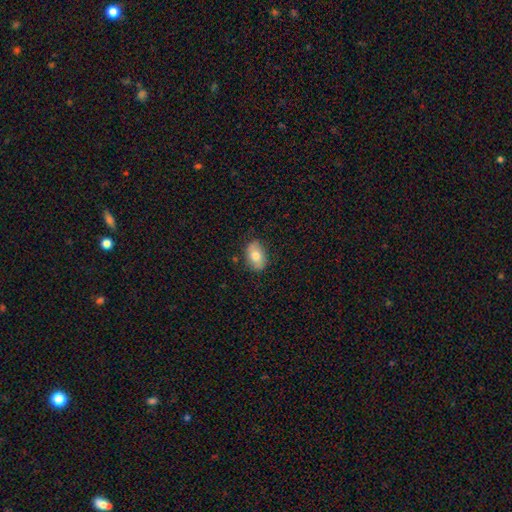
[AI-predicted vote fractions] This is likely a smooth galaxy (72%). How rounded: clearly in between (86%). Merging: clearly none (83%).